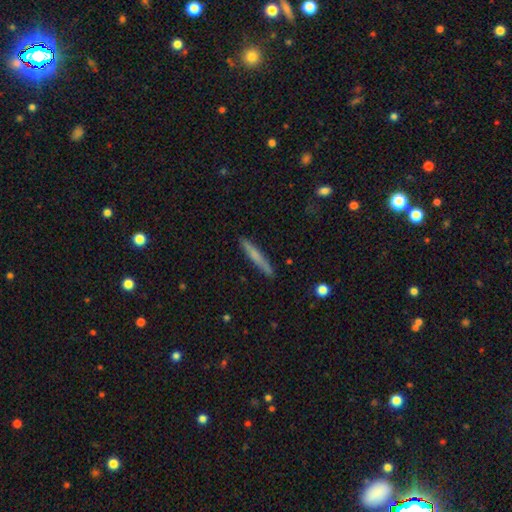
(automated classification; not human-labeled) This appears to be a smooth galaxy with no disk features (56%) that is cigar-shaped (95%). Merging: none (89%).